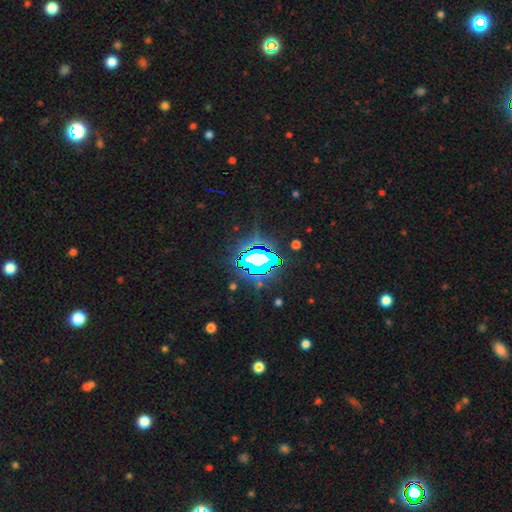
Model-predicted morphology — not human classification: The model was most divided on "smooth or featured": star or artifact: 71%, featured or disk: 14%, smooth: 14%.